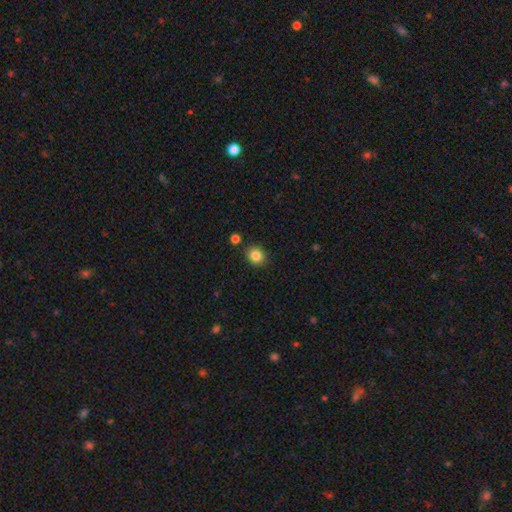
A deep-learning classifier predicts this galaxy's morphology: A smooth galaxy with no disk features (84%) that is round (78%). Merging: none (86%).